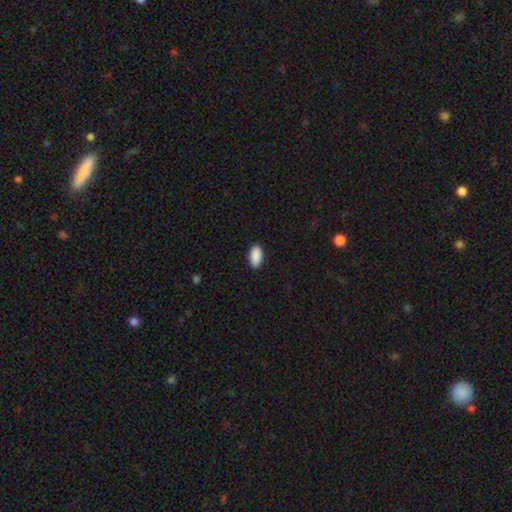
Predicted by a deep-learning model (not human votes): smooth_or_featured: smooth (p=0.91) [alt: star or artifact p=0.06]
how_rounded: in between (p=0.94) [alt: cigar-shaped p=0.04]
merging: none (p=0.88) [alt: minor disturbance p=0.09]